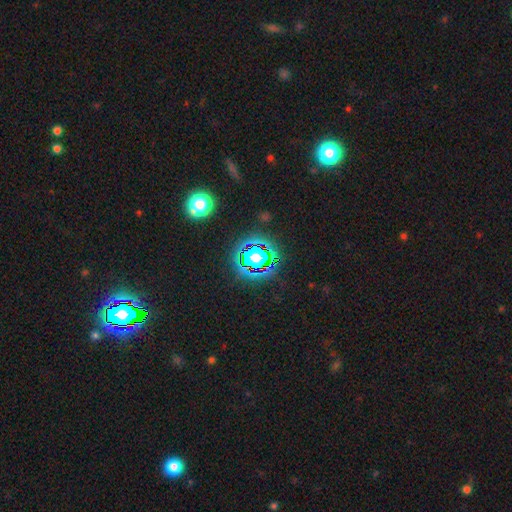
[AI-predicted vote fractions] star or artifact 81%, smooth 12%, featured or disk 7%.